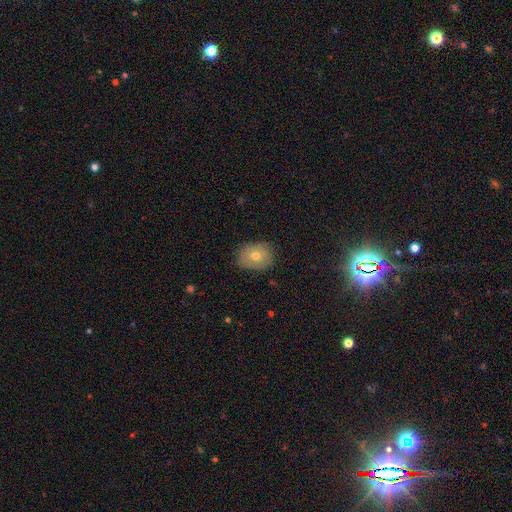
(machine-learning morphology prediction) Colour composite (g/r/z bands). It shows a smooth galaxy with no disk features (62%) that is in between round and cigar-shaped (55%). Merging: none (75%).